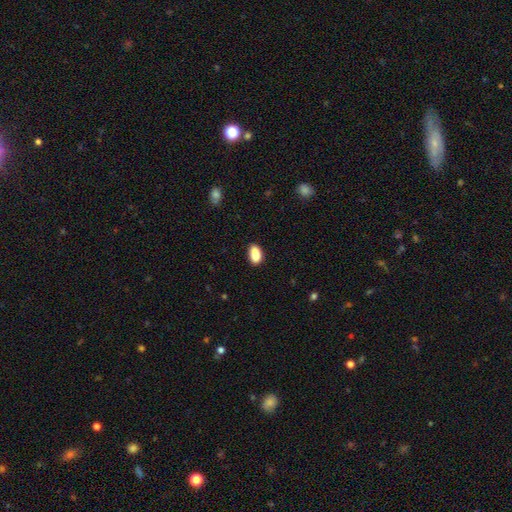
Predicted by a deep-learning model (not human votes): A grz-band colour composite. It shows a smooth galaxy with no disk features (83%) that is in between round and cigar-shaped (88%). Merging: none (67%).